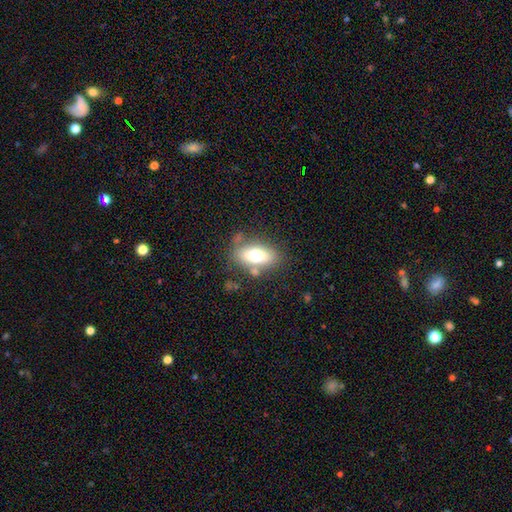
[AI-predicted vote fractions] Morphology: type=smooth (65%); roundness=in between (85%); merging=none (67%).